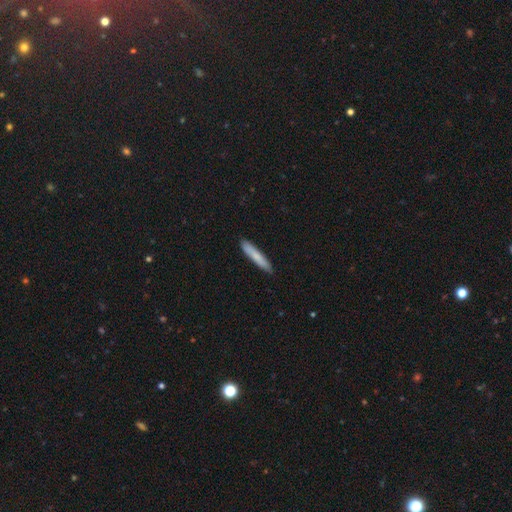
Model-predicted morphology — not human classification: smooth 78%, featured or disk 17%, star or artifact 6%. Down the decision tree: how rounded — cigar-shaped (93%); merging — none (88%).